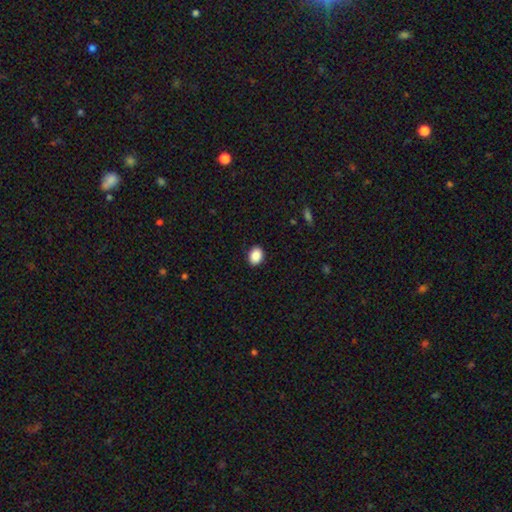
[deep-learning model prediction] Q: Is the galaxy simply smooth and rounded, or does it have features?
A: smooth — 90%.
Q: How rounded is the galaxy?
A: in between — 69%.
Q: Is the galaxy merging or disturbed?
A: none — 90%.